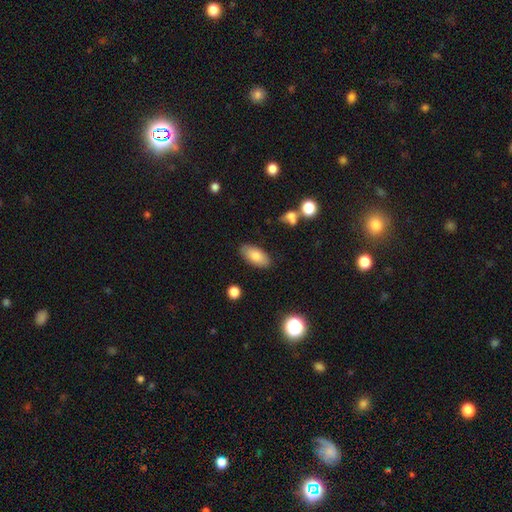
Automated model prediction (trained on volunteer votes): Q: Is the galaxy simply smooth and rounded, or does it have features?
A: smooth — 80%.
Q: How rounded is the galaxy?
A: in between — 90%.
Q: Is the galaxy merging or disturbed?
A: none — 85%.